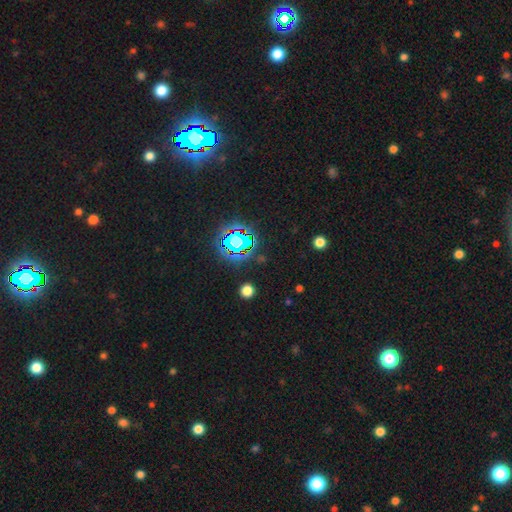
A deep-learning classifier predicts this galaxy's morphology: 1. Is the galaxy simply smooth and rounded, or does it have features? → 81% star or artifact, 11% smooth, 8% featured or disk.